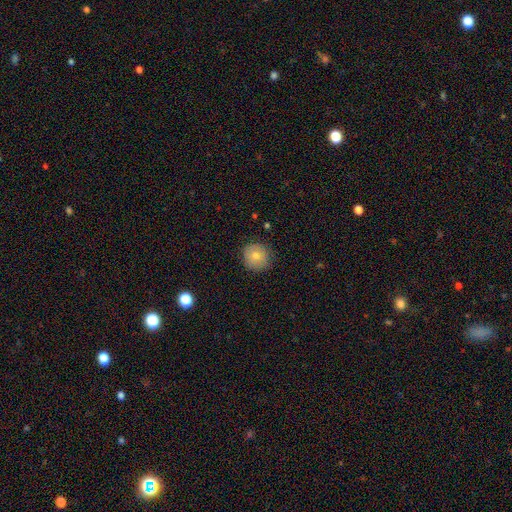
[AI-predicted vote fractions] A smooth galaxy with no disk features (66%) that is round (94%). Merging: none (86%).